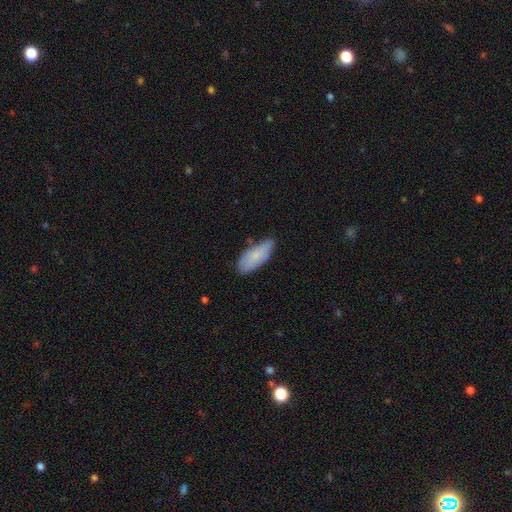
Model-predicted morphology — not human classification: Smooth or featured? smooth (73%)
How rounded? in between (79%)
Merging? none (65%)